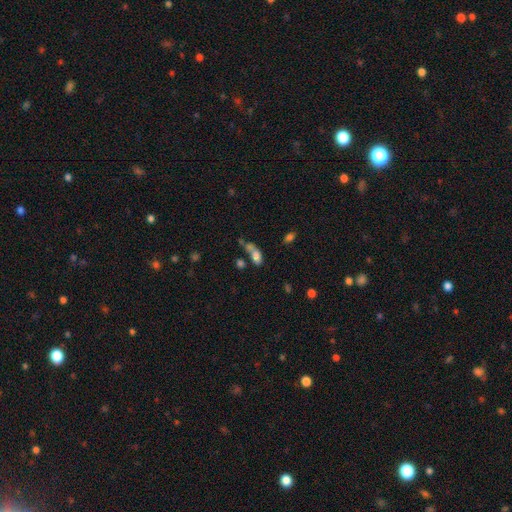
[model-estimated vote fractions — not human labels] Smooth or featured?
  - smooth: 74% *
  - star or artifact: 13%
  - featured or disk: 12%
How rounded?
  - in between: 84% *
  - round: 10%
  - cigar-shaped: 5%
Merging?
  - merger: 49% *
  - none: 30%
  - minor disturbance: 11%
  - major disturbance: 10%